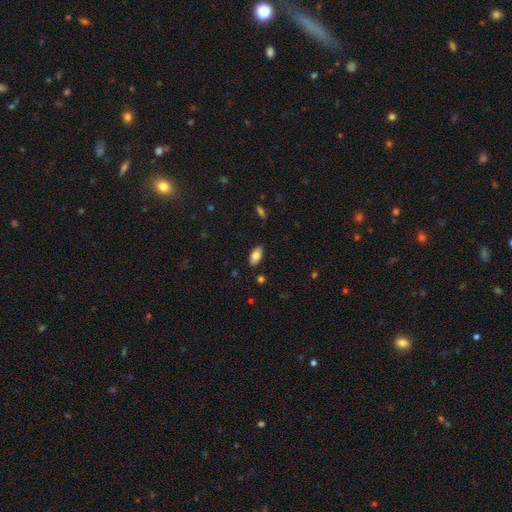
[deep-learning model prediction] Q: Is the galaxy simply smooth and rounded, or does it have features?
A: smooth — 82%.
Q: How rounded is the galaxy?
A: in between — 92%.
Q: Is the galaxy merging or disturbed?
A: none — 86%.